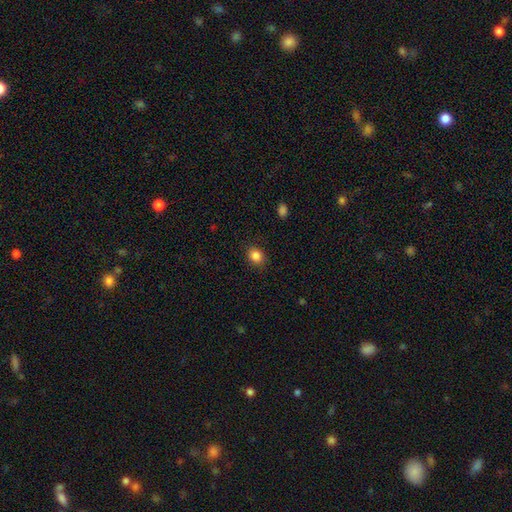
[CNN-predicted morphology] Smooth or featured: smooth — 85% (star or artifact — 10%)
How rounded: round — 65% (in between — 34%)
Merging: none — 87% (minor disturbance — 9%)